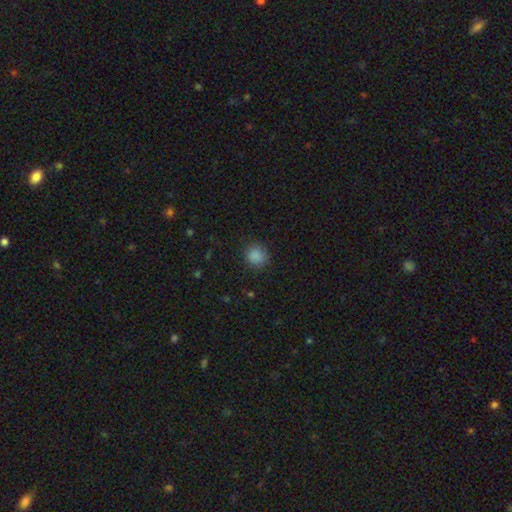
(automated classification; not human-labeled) Smooth or featured? Predicted: smooth (p=0.87). How rounded? Predicted: round (p=0.89). Merging? Predicted: none (p=0.87).